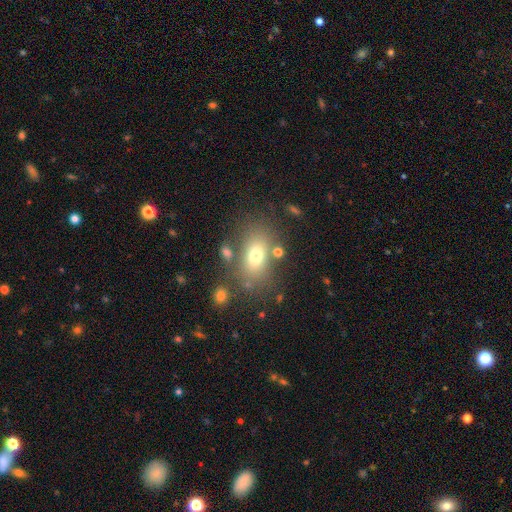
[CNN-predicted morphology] smooth 70%, featured or disk 17%, star or artifact 13%. Down the decision tree: how rounded — in between (79%); merging — none (72%).